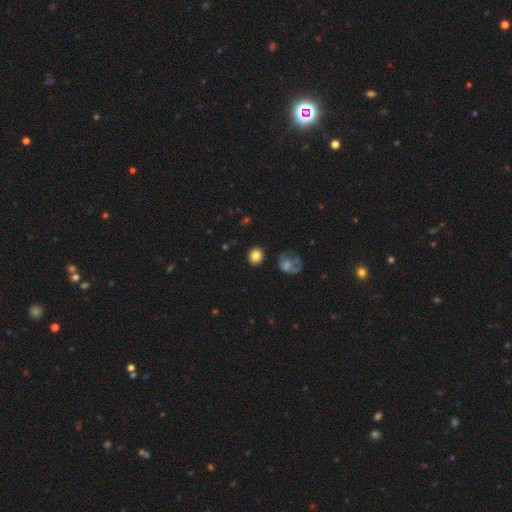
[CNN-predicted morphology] Overall: smooth (83%). How rounded: round (79%). Merging: none (86%).